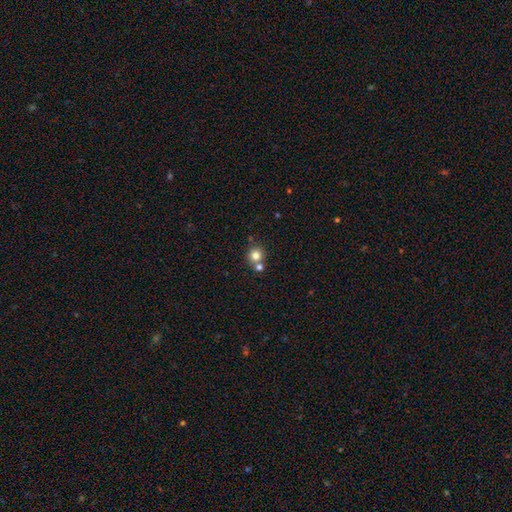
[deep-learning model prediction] Q: Smooth or featured?
A: smooth (80%); runner-up: star or artifact (12%)
Q: How rounded?
A: round (91%); runner-up: in between (8%)
Q: Merging?
A: none (63%); runner-up: merger (28%)